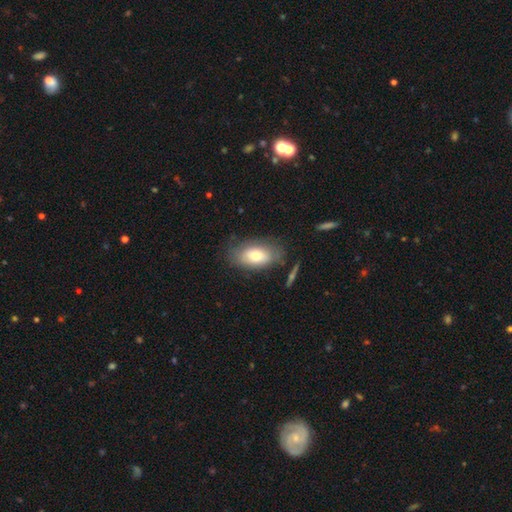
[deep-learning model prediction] Smooth or featured? Predicted: smooth (p=0.74). How rounded? Predicted: in between (p=0.91). Merging? Predicted: none (p=0.71).